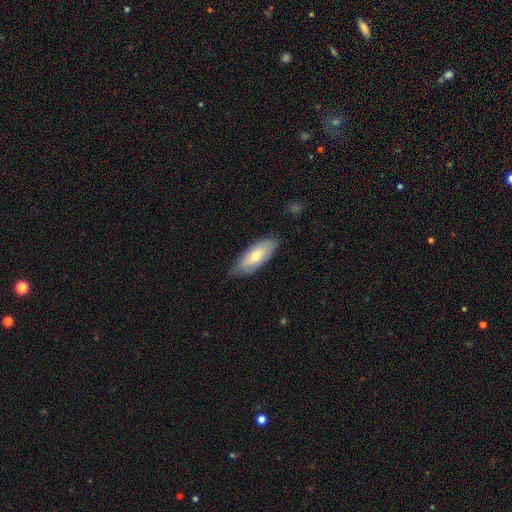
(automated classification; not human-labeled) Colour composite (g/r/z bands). It shows a smooth galaxy with no disk features (67%) that is in between round and cigar-shaped (79%). Merging: none (76%).